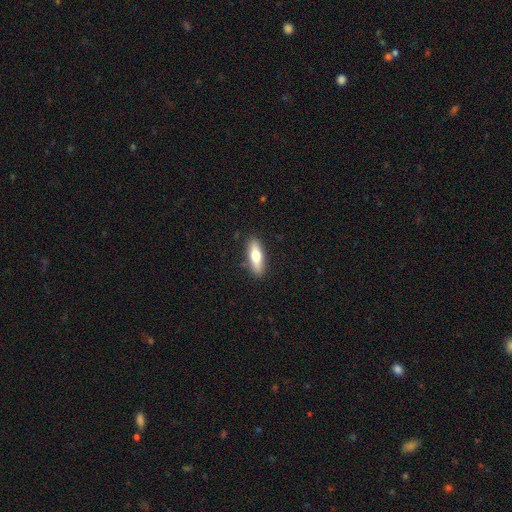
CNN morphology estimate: smooth 64%, featured or disk 30%, star or artifact 6%. Down the decision tree: how rounded — in between (49%, tied with cigar-shaped); merging — none (88%).